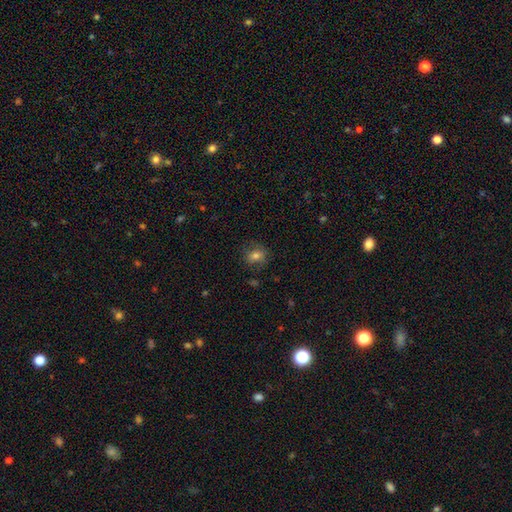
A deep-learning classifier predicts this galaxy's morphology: A smooth galaxy with no disk features (72%) that is round (57%). Merging: none (75%).